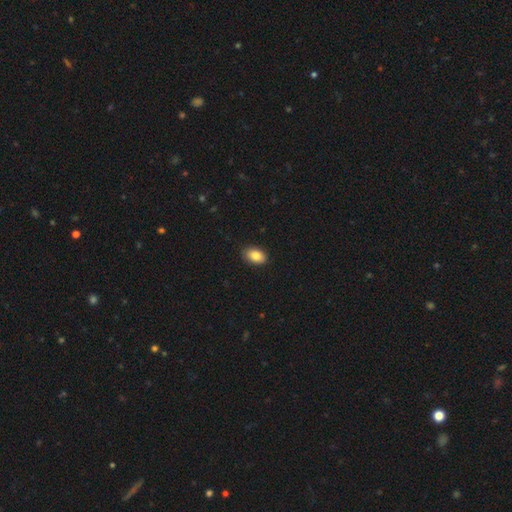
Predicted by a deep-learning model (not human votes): This appears to be a smooth galaxy with no disk features (85%) that is in between round and cigar-shaped (89%). Merging: none (89%).